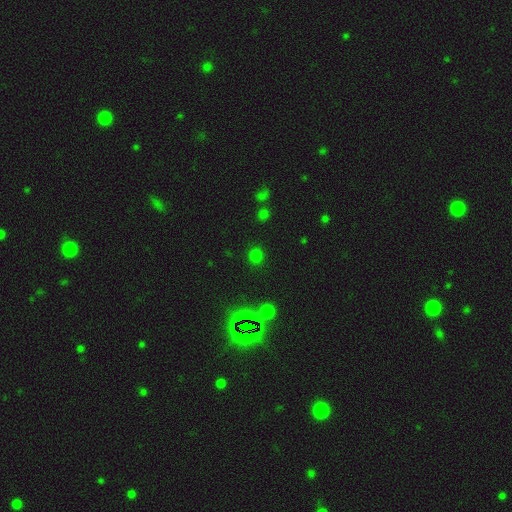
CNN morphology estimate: smooth 69%, star or artifact 26%, featured or disk 5%. Down the decision tree: how rounded — round (89%); merging — none (87%).